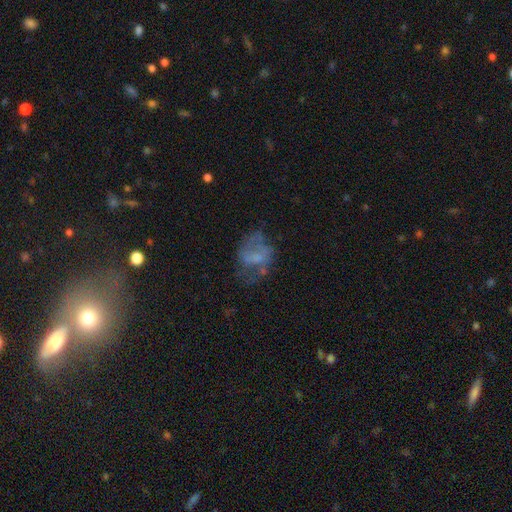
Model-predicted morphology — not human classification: Q: Smooth or featured?
A: featured or disk (50%); runner-up: smooth (36%)
Q: Edge-on disk?
A: no (97%); runner-up: yes (3%)
Q: Merging?
A: none (43%); runner-up: major disturbance (30%)